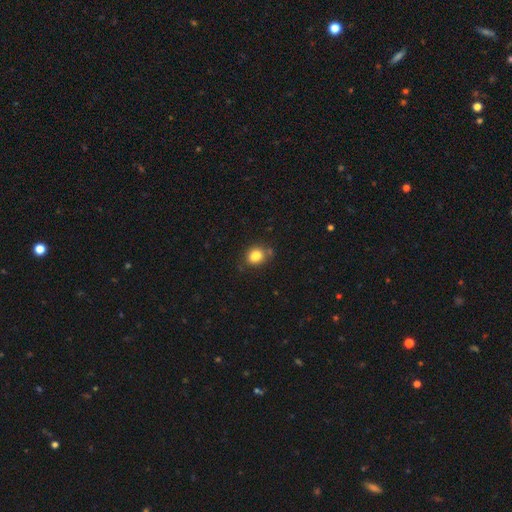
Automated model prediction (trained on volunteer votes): Smooth or featured? smooth (82%)
How rounded? in between (50%)
Merging? none (65%)